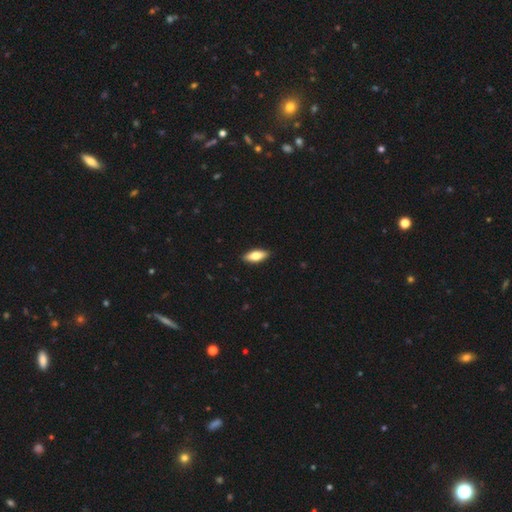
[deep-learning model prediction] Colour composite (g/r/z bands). It shows a smooth galaxy with no disk features (70%) that is in between round and cigar-shaped (75%). Merging: none (90%).